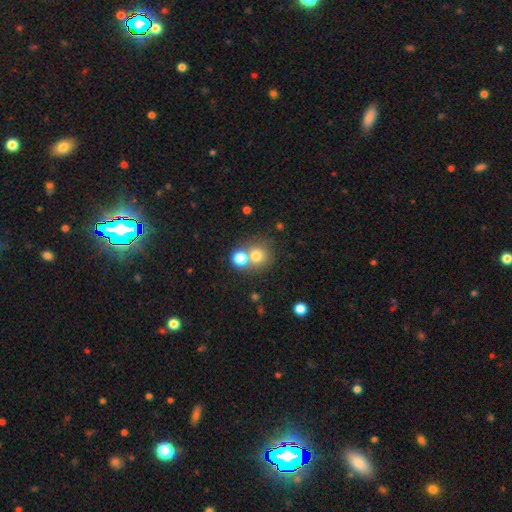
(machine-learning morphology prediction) Q: Smooth or featured?
A: smooth (74%); runner-up: star or artifact (14%)
Q: How rounded?
A: round (88%); runner-up: in between (11%)
Q: Merging?
A: none (53%); runner-up: merger (37%)